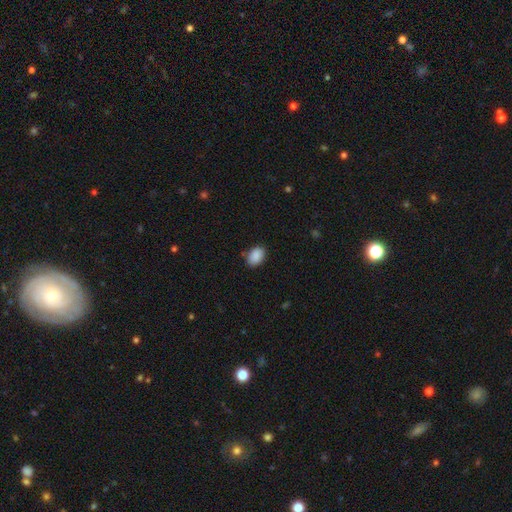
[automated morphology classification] This appears to be a smooth galaxy with no disk features (90%) that is in between round and cigar-shaped (79%). Merging: none (84%).